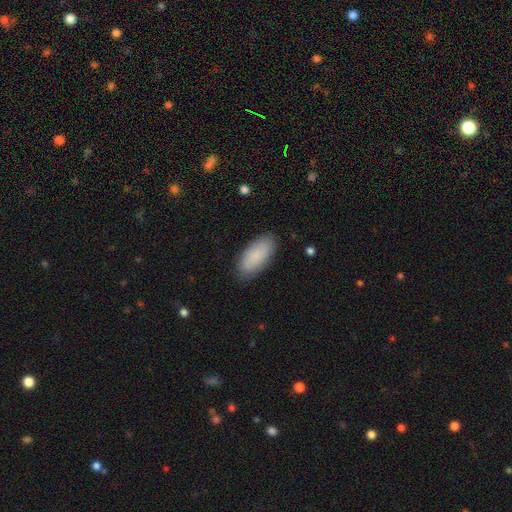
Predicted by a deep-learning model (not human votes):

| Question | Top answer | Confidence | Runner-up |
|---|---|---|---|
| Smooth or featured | smooth | 86% | featured or disk (8%) |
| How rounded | in between | 88% | cigar-shaped (10%) |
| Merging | none | 86% | minor disturbance (10%) |